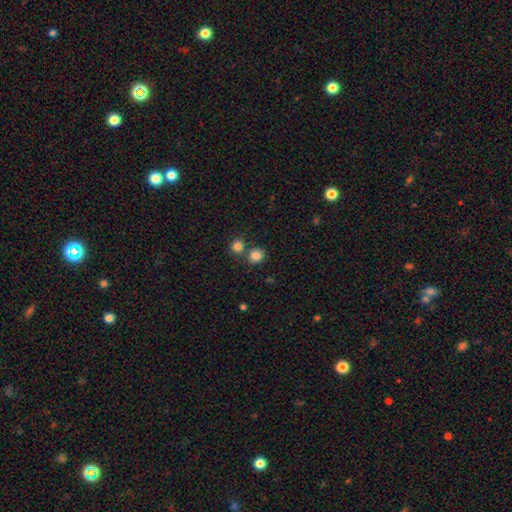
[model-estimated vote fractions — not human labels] smooth_or_featured: smooth (p=0.84) [alt: star or artifact p=0.12]
how_rounded: round (p=0.82) [alt: in between p=0.17]
merging: none (p=0.70) [alt: merger p=0.20]